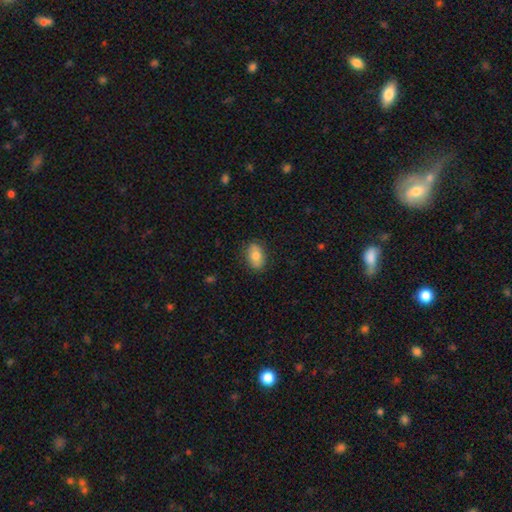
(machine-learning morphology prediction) This appears to be a smooth galaxy with no disk features (82%) that is in between round and cigar-shaped (88%). Merging: none (85%).